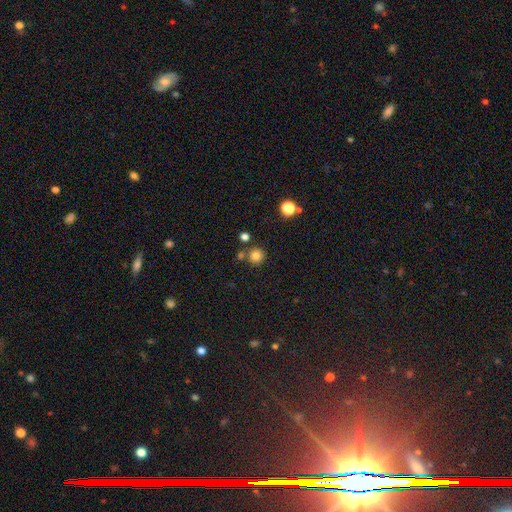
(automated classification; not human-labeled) Q: Smooth or featured?
A: smooth (82%); runner-up: star or artifact (13%)
Q: How rounded?
A: round (93%); runner-up: in between (6%)
Q: Merging?
A: none (78%); runner-up: merger (11%)